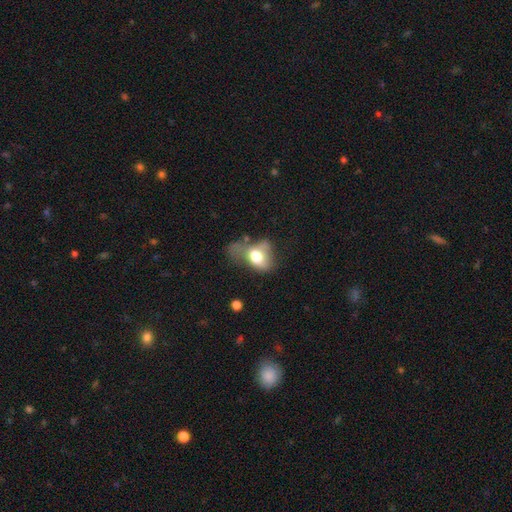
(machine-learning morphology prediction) smooth_or_featured: smooth (p=0.64) [alt: featured or disk p=0.26]
how_rounded: in between (p=0.79) [alt: round p=0.19]
merging: major disturbance (p=0.50) [alt: minor disturbance p=0.22]